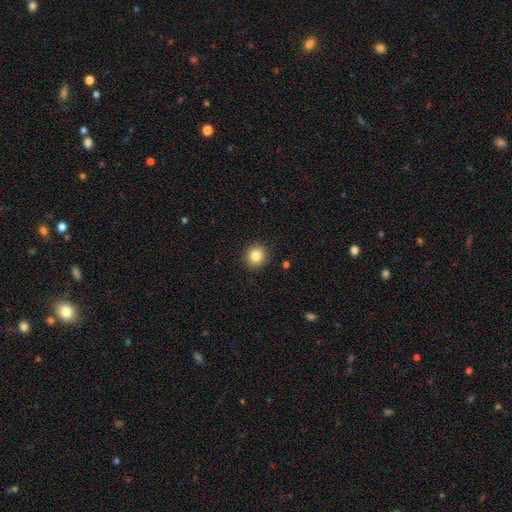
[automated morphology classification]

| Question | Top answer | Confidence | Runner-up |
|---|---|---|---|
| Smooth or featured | smooth | 83% | star or artifact (11%) |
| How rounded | round | 92% | in between (7%) |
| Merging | none | 91% | minor disturbance (6%) |